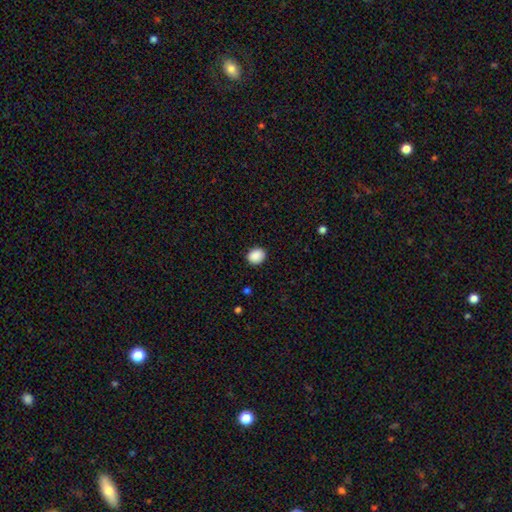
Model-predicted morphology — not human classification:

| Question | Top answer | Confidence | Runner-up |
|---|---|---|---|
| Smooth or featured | smooth | 90% | star or artifact (8%) |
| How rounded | round | 61% | in between (38%) |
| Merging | none | 89% | minor disturbance (8%) |